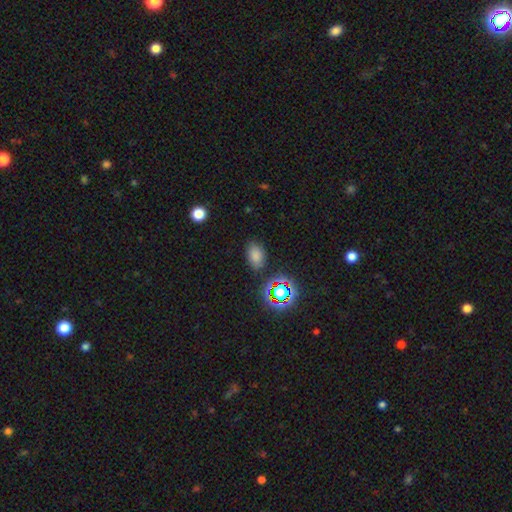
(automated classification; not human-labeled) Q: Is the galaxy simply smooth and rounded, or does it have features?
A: smooth — 72%.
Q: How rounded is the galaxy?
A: in between — 84%.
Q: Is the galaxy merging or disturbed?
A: none — 80%.